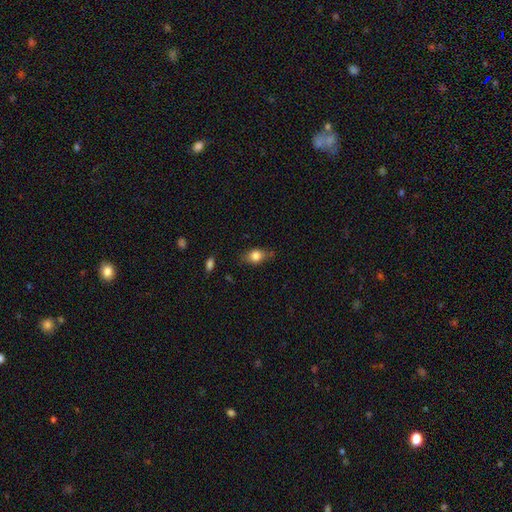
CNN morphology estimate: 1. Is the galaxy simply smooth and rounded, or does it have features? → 80% smooth, 12% featured or disk, 9% star or artifact.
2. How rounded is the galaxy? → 63% in between, 33% round, 4% cigar-shaped.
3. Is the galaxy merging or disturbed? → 66% none, 26% minor disturbance, 6% major disturbance, 3% merger.